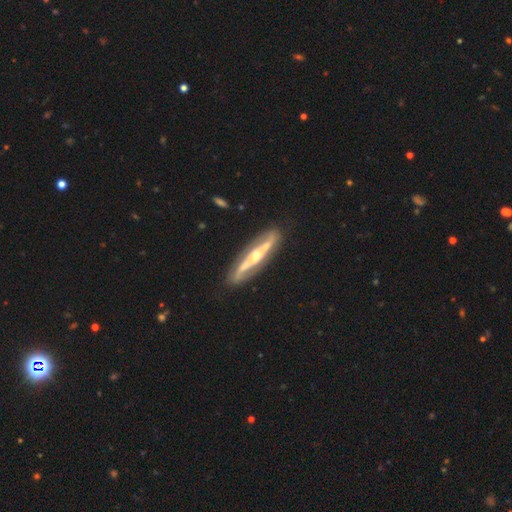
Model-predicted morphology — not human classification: featured or disk 83%, smooth 13%, star or artifact 4%. Down the decision tree: edge-on disk — yes (53%); merging — none (84%).